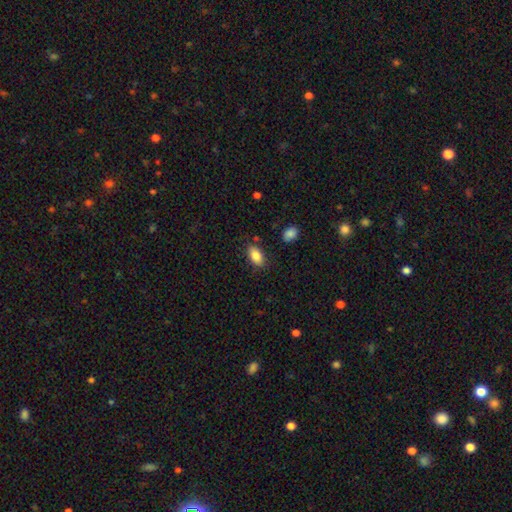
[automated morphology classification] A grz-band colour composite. It shows a smooth galaxy with no disk features (85%) that is in between round and cigar-shaped (92%). Merging: none (82%).